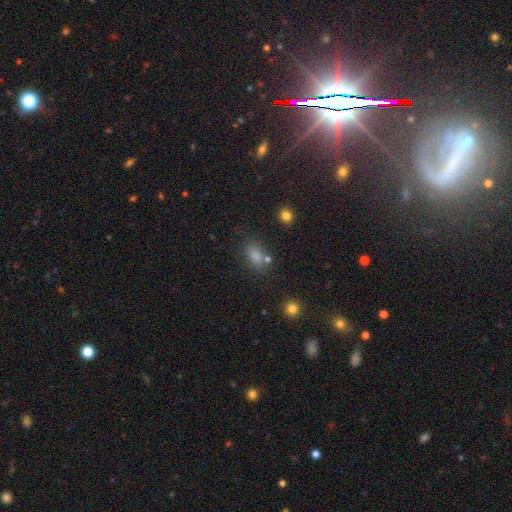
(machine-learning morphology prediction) smooth-or-featured: smooth: 70% | star or artifact: 22% | featured or disk: 8%
  how-rounded: in between: 69% | round: 28% | cigar-shaped: 2%
  merging: none: 66% | merger: 15% | minor disturbance: 14% | major disturbance: 5%